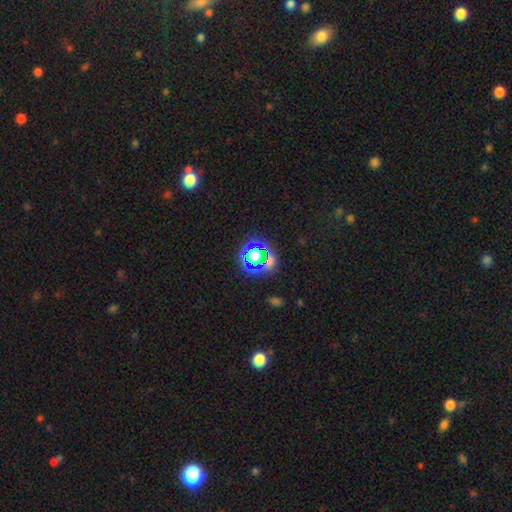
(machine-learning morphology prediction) star or artifact 49%, smooth 39%, featured or disk 12%.